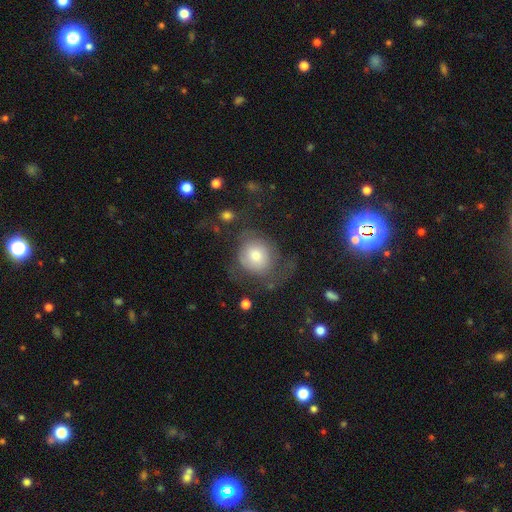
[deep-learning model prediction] smooth_or_featured: smooth (p=0.60) [alt: featured or disk p=0.31]
how_rounded: round (p=0.75) [alt: in between p=0.24]
merging: none (p=0.44) [alt: major disturbance p=0.32]